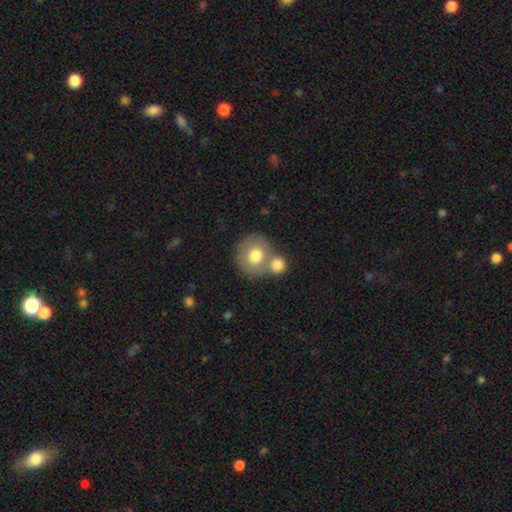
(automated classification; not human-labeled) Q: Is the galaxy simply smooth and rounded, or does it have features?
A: smooth — 71%.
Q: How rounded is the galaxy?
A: round — 83%.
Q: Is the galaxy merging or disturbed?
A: merger — 43%.